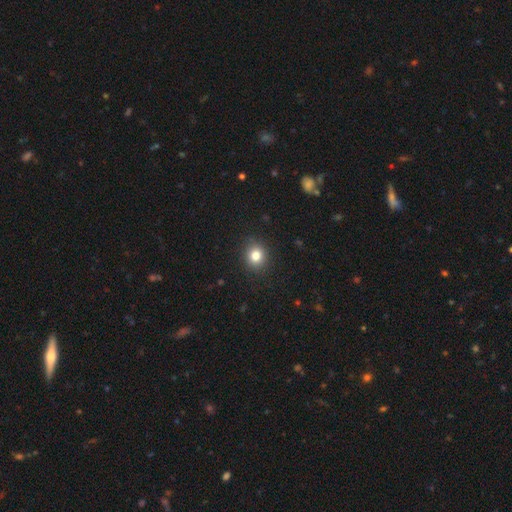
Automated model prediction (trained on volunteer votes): A smooth galaxy with no disk features (82%) that is round (79%).

Vote fractions:
- Smooth or featured? smooth: 82% / star or artifact: 11% / featured or disk: 7%
- How rounded? round: 79% / in between: 20% / cigar-shaped: 1%
- Merging? none: 89% / minor disturbance: 7% / major disturbance: 2% / merger: 1%